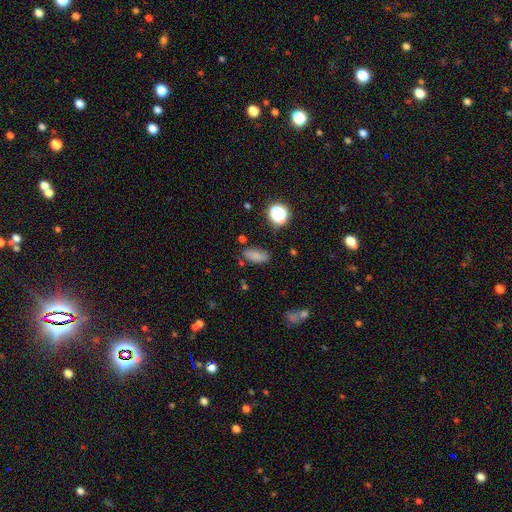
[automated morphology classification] Smooth or featured? Predicted: smooth (p=0.72). How rounded? Predicted: in between (p=0.85). Merging? Predicted: none (p=0.72).